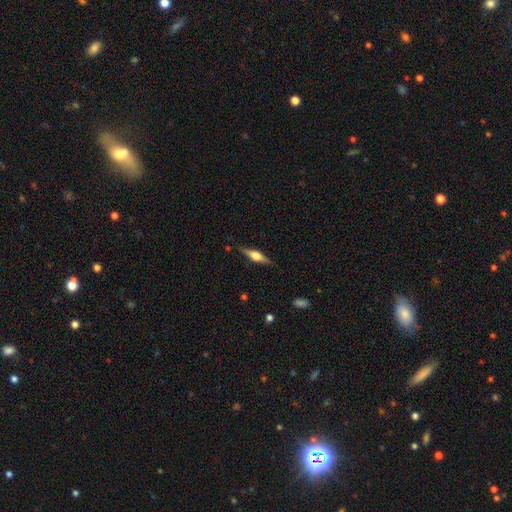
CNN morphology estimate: Q: Smooth or featured?
A: featured or disk (71%); runner-up: smooth (24%)
Q: Edge-on disk?
A: yes (97%); runner-up: no (3%)
Q: Edge-on bulge?
A: rounded (90%); runner-up: boxy (8%)
Q: Merging?
A: none (87%); runner-up: minor disturbance (10%)